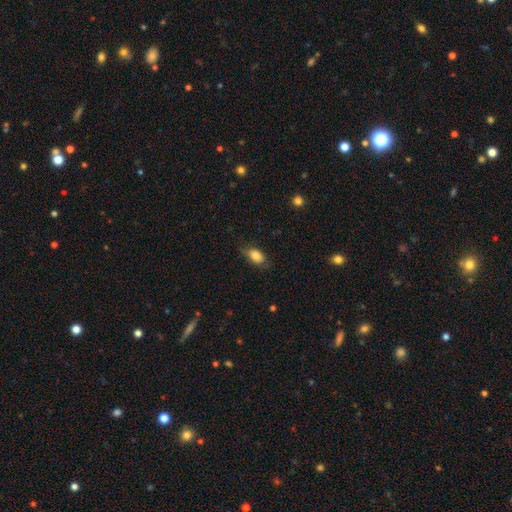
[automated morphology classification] Smooth or featured? Predicted: smooth (p=0.83). How rounded? Predicted: in between (p=0.87). Merging? Predicted: none (p=0.73).